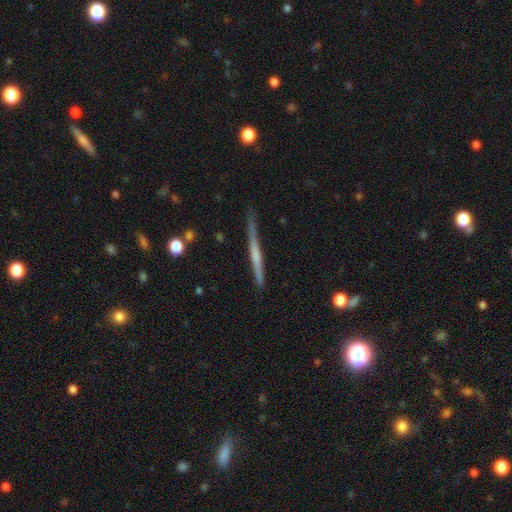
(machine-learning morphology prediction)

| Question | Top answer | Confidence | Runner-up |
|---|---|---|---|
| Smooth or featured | featured or disk | 60% | smooth (34%) |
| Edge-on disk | yes | 97% | no (3%) |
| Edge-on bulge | none | 63% | rounded (28%) |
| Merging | none | 79% | minor disturbance (16%) |